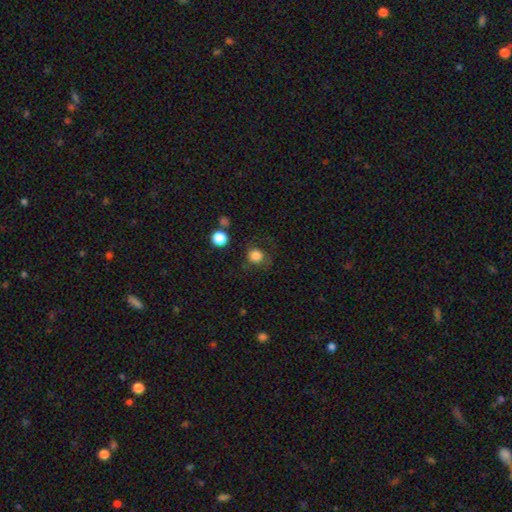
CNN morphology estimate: Smooth or featured? Predicted: smooth (p=0.83). How rounded? Predicted: round (p=0.86). Merging? Predicted: none (p=0.66).